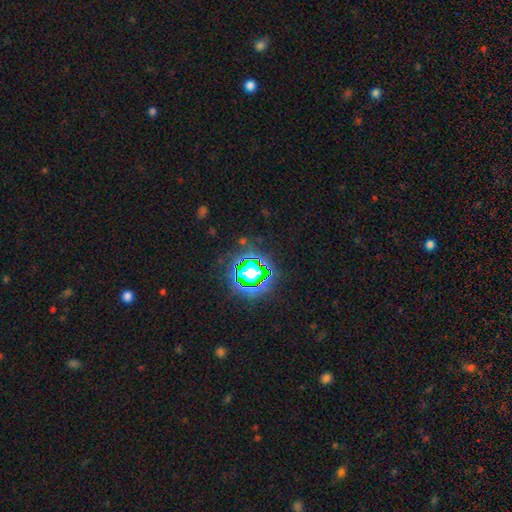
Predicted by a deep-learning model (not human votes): The model was most divided on "smooth or featured": star or artifact: 79%, smooth: 14%, featured or disk: 7%.